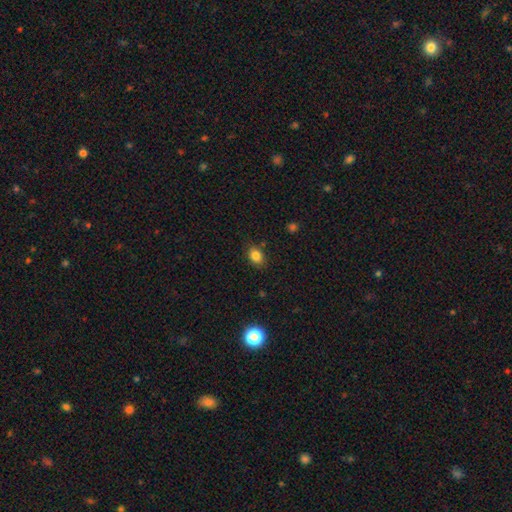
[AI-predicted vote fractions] Smooth or featured?
  - smooth: 83% *
  - star or artifact: 11%
  - featured or disk: 6%
How rounded?
  - in between: 70% *
  - round: 29%
  - cigar-shaped: 1%
Merging?
  - none: 80% *
  - minor disturbance: 14%
  - major disturbance: 3%
  - merger: 2%